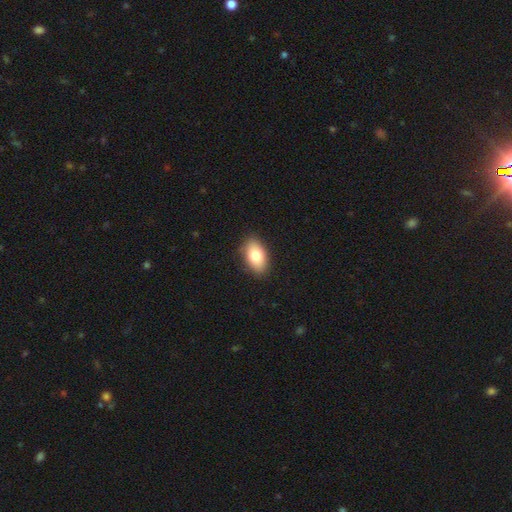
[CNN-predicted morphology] Q: Smooth or featured?
A: smooth (81%); runner-up: featured or disk (12%)
Q: How rounded?
A: in between (92%); runner-up: round (6%)
Q: Merging?
A: none (88%); runner-up: minor disturbance (9%)